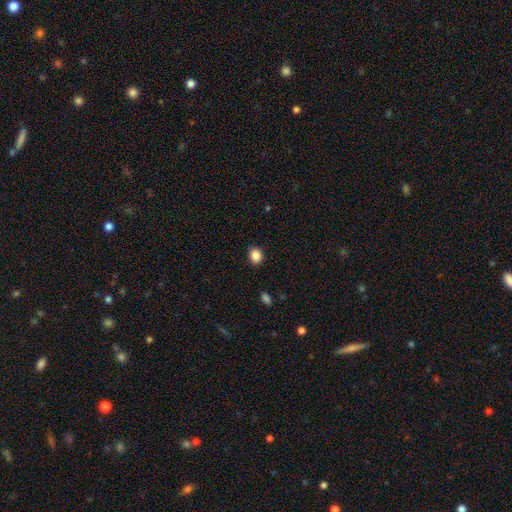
smooth-or-featured: smooth: 92% | star or artifact: 8% | featured or disk: 0%
  how-rounded: round: 67% | in between: 33% | cigar-shaped: 0%
  merging: none: 89% | minor disturbance: 8% | major disturbance: 3% | merger: 0%